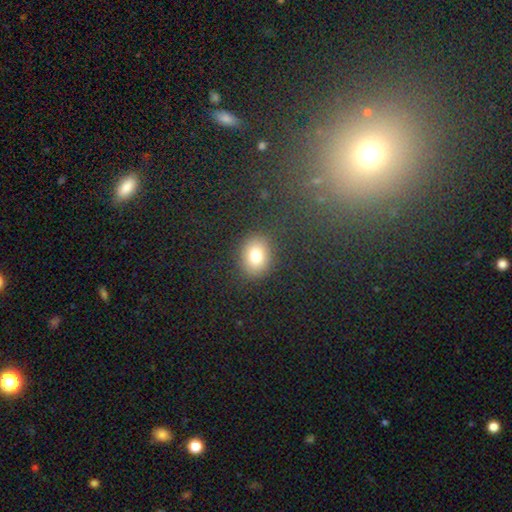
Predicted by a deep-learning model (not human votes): This appears to be a smooth galaxy with no disk features (79%) that is round (52%). Merging: none (86%).